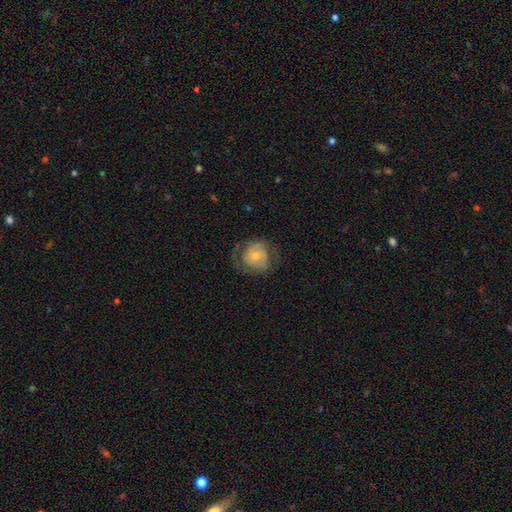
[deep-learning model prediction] This appears to be a featured or disk galaxy (60%) with no bar (75%), spiral arms (81%) and a small central bulge (48%). Merging: none (58%).